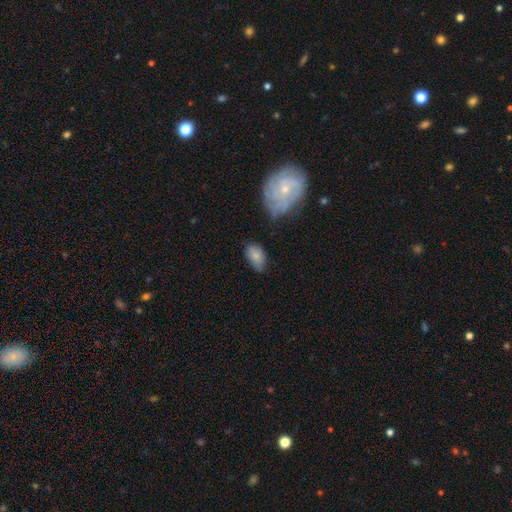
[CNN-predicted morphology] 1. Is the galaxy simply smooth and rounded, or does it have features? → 78% smooth, 15% featured or disk, 7% star or artifact.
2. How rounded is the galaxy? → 91% in between, 7% round, 2% cigar-shaped.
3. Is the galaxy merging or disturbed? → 66% none, 24% minor disturbance, 6% major disturbance, 4% merger.